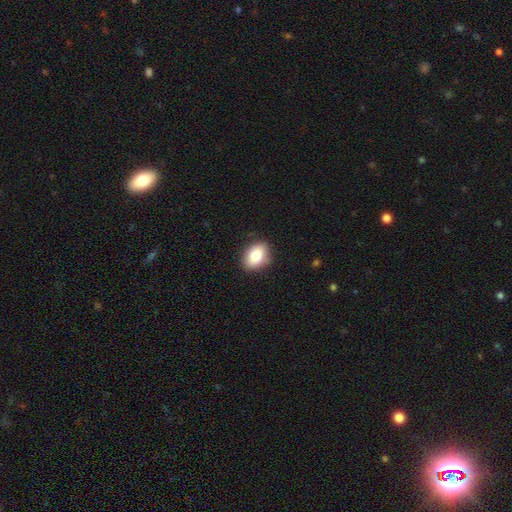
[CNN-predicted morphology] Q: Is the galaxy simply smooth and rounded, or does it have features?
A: smooth — 82%.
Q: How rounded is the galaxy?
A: in between — 75%.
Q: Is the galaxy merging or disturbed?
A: none — 87%.